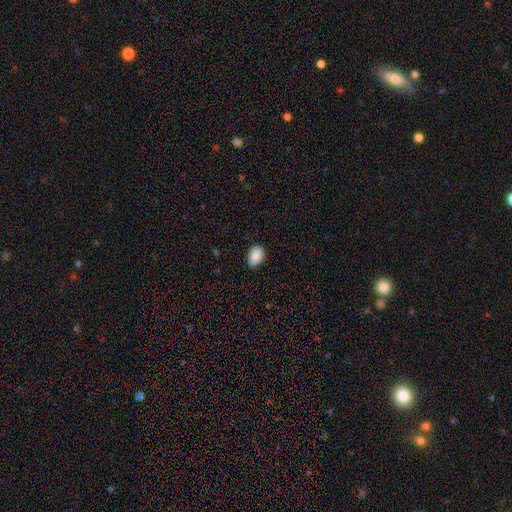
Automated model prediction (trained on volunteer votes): Smooth or featured?
  - smooth: 90% *
  - star or artifact: 7%
  - featured or disk: 3%
How rounded?
  - in between: 83% *
  - round: 16%
  - cigar-shaped: 1%
Merging?
  - none: 85% *
  - minor disturbance: 12%
  - major disturbance: 2%
  - merger: 1%